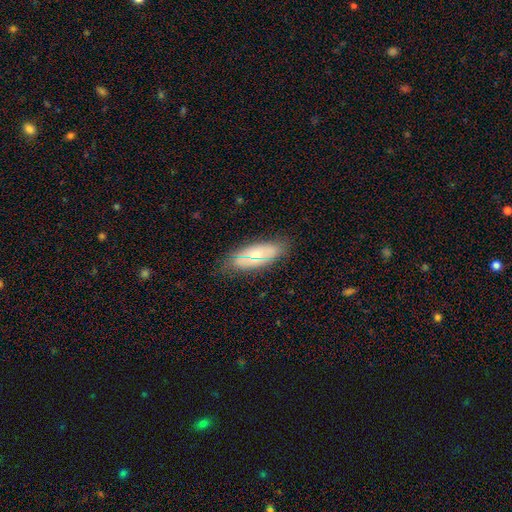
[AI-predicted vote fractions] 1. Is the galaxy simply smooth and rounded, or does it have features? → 52% smooth, 38% featured or disk, 9% star or artifact.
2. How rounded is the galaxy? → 73% in between, 23% cigar-shaped, 4% round.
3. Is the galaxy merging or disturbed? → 81% none, 14% minor disturbance, 3% major disturbance, 1% merger.